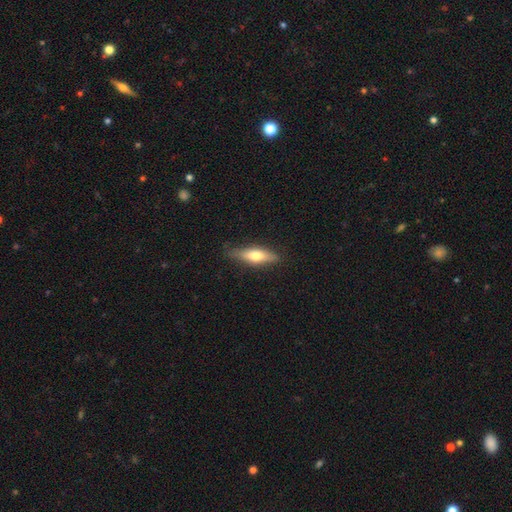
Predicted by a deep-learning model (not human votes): This appears to be a smooth galaxy with no disk features (58%) that is cigar-shaped (56%). Merging: none (79%).